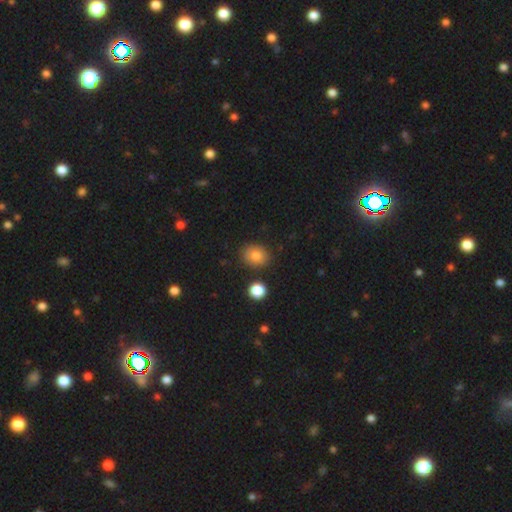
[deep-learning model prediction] The model was most divided on "how rounded": round: 58%, in between: 41%, cigar-shaped: 1%. More confident: merging — none (84%); smooth or featured — smooth (81%).